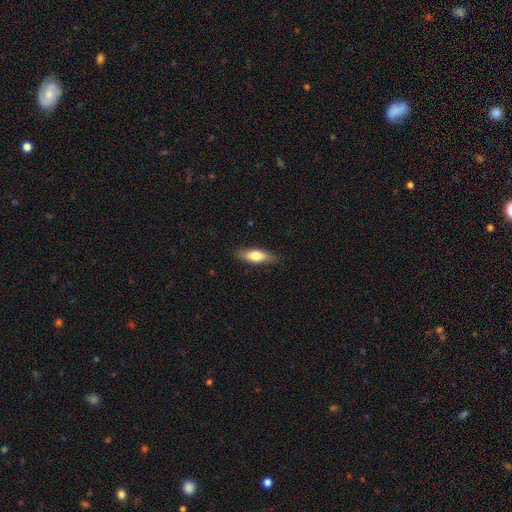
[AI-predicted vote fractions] This is likely a smooth galaxy (72%). How rounded: likely in between (64%). Merging: clearly none (83%).